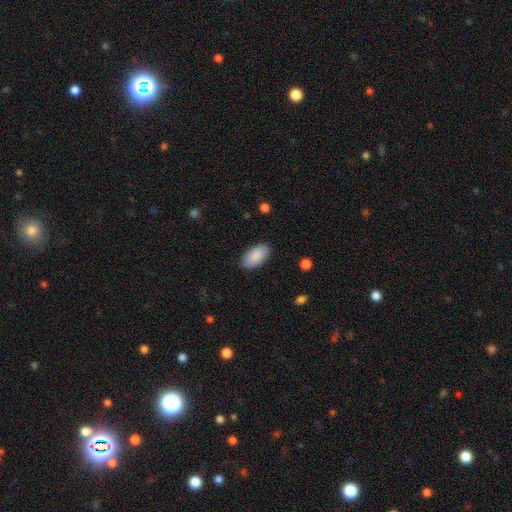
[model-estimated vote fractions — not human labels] This appears to be a smooth galaxy with no disk features (89%) that is in between round and cigar-shaped (96%). Merging: none (88%).